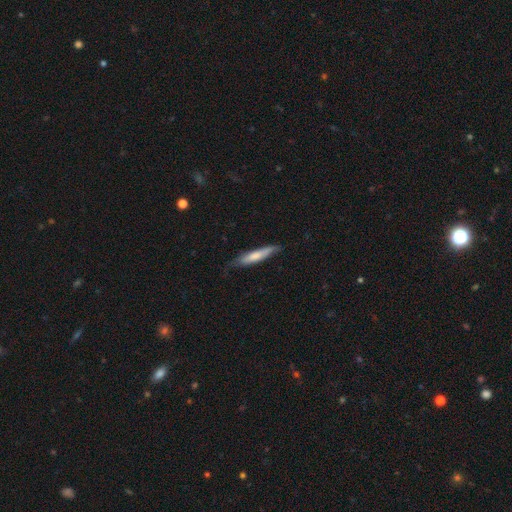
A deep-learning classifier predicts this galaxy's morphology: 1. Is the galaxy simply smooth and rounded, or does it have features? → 66% smooth, 29% featured or disk, 5% star or artifact.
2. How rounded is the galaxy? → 87% cigar-shaped, 11% in between, 1% round.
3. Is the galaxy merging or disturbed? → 69% none, 25% minor disturbance, 5% major disturbance, 1% merger.